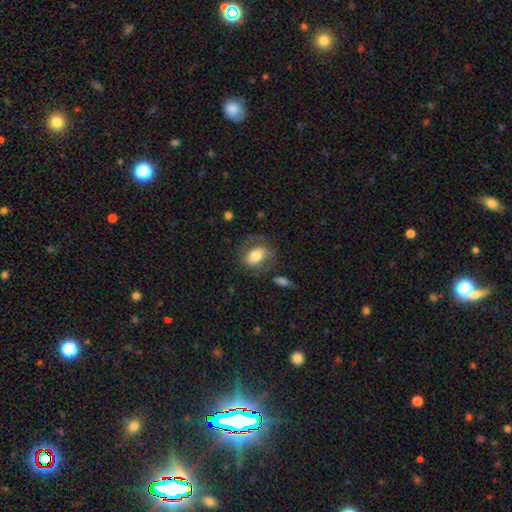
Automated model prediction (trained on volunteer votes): smooth 64%, featured or disk 29%, star or artifact 7%. Down the decision tree: how rounded — in between (73%); merging — none (66%).